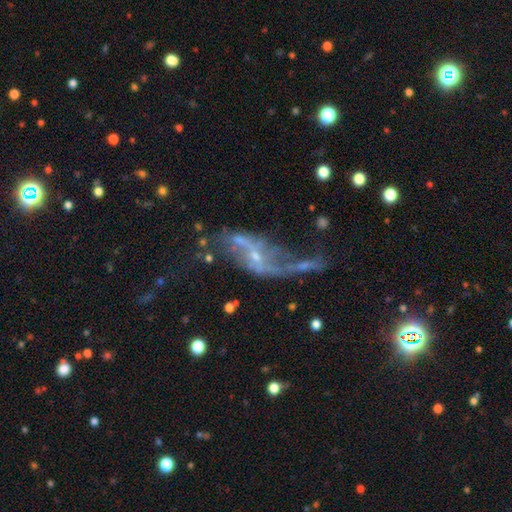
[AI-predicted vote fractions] Smooth or featured?
  - featured or disk: 79% *
  - smooth: 11%
  - star or artifact: 10%
Edge-on disk?
  - no: 91% *
  - yes: 9%
Bar?
  - no: 47% *
  - weak: 35%
  - strong: 18%
Spiral arms?
  - yes: 72% *
  - no: 28%
Spiral winding?
  - loose: 85% *
  - medium: 11%
  - tight: 4%
Spiral arm count?
  - 2: 78% *
  - 1: 10%
  - can't tell: 8%
  - 3: 2%
  - 4: 1%
  - more than 4: 1%
Bulge size?
  - small: 66% *
  - moderate: 21%
  - none: 10%
  - large: 2%
  - dominant: 1%
Merging?
  - major disturbance: 35% *
  - none: 31%
  - minor disturbance: 18%
  - merger: 15%